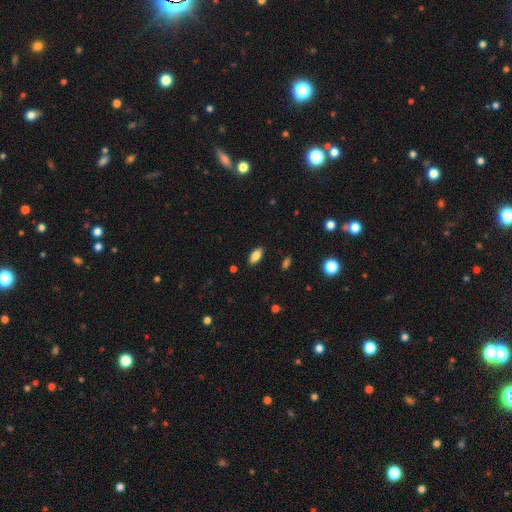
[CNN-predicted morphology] smooth 82%, featured or disk 10%, star or artifact 8%. Down the decision tree: how rounded — in between (87%); merging — none (88%).